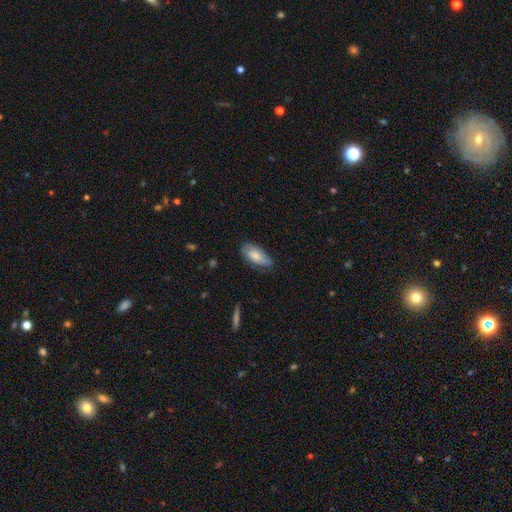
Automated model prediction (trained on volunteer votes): This is likely a smooth galaxy (79%). How rounded: clearly in between (85%). Merging: likely none (70%).